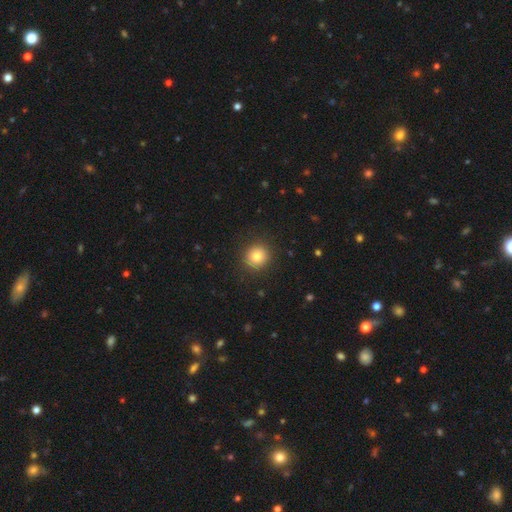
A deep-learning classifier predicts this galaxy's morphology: Smooth or featured? Predicted: smooth (p=0.81). How rounded? Predicted: round (p=0.90). Merging? Predicted: none (p=0.90).